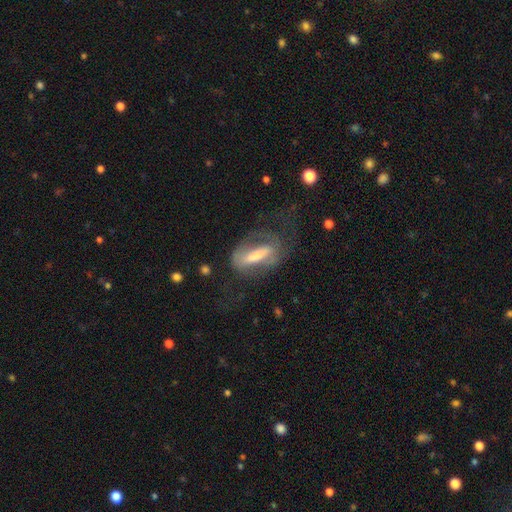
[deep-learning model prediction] Smooth or featured? featured or disk (61%)
Edge-on disk? no (83%)
Bar? strong (52%)
Spiral arms? yes (66%)
Bulge size? moderate (41%)
Merging? none (41%)